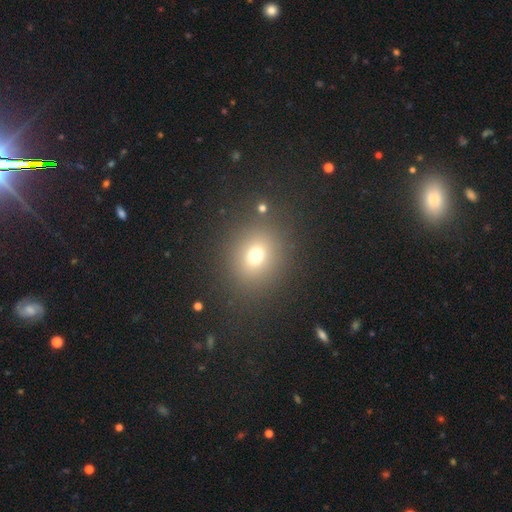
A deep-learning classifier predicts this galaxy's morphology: smooth 70%, star or artifact 20%, featured or disk 10%. Down the decision tree: how rounded — round (71%); merging — none (84%).